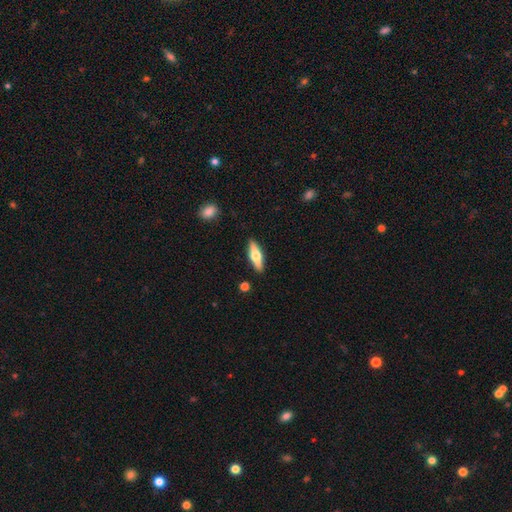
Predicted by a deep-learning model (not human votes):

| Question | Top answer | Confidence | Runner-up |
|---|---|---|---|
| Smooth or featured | featured or disk | 52% | smooth (42%) |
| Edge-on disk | yes | 93% | no (7%) |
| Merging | none | 89% | minor disturbance (7%) |